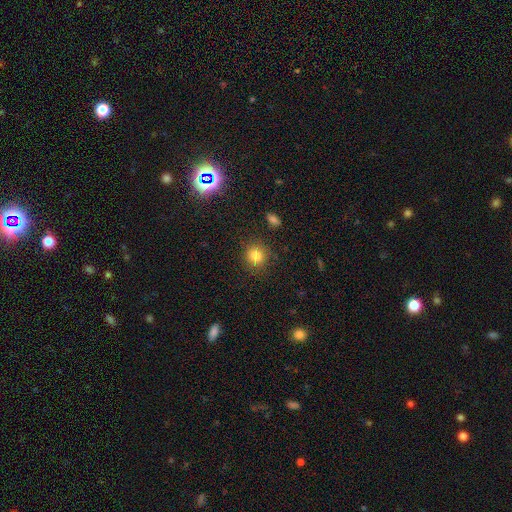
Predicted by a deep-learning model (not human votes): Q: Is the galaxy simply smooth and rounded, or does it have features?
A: smooth — 82%.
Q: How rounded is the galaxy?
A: round — 88%.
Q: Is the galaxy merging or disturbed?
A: none — 86%.